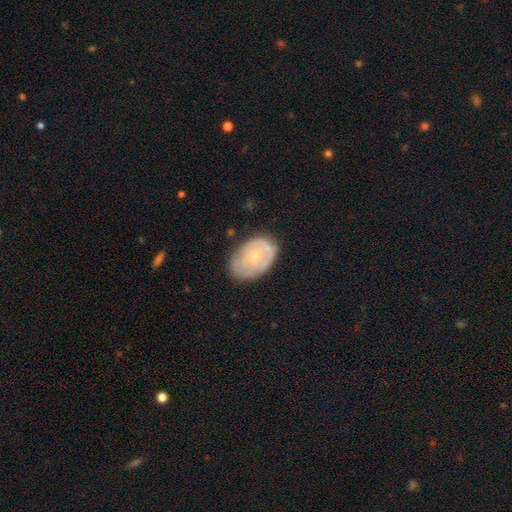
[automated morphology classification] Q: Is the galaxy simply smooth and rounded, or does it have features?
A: featured or disk — 54%.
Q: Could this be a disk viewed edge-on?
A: no — 95%.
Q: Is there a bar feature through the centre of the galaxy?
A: no — 84%.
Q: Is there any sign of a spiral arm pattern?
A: yes — 50%, tied with no.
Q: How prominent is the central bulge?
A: small — 64%.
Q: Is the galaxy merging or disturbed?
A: none — 68%.